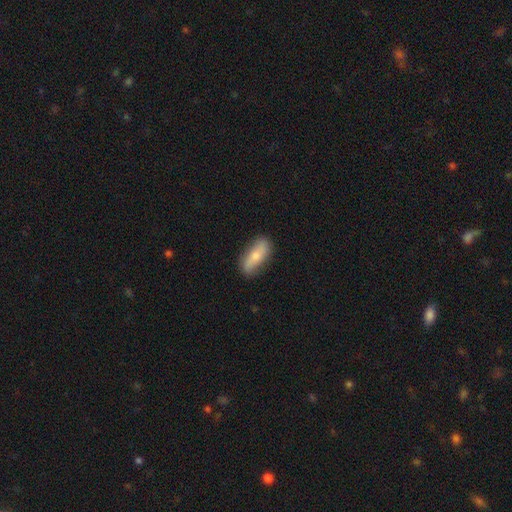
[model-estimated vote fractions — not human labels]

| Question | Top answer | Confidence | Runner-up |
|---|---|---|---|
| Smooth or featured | smooth | 58% | featured or disk (36%) |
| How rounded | in between | 71% | cigar-shaped (25%) |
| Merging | none | 81% | minor disturbance (15%) |